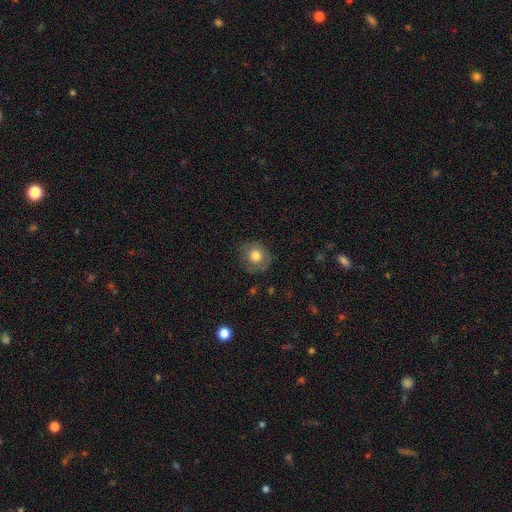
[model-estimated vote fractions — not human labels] Smooth or featured?
  - smooth: 77% *
  - featured or disk: 14%
  - star or artifact: 9%
How rounded?
  - round: 87% *
  - in between: 12%
  - cigar-shaped: 1%
Merging?
  - none: 77% *
  - minor disturbance: 17%
  - major disturbance: 5%
  - merger: 1%